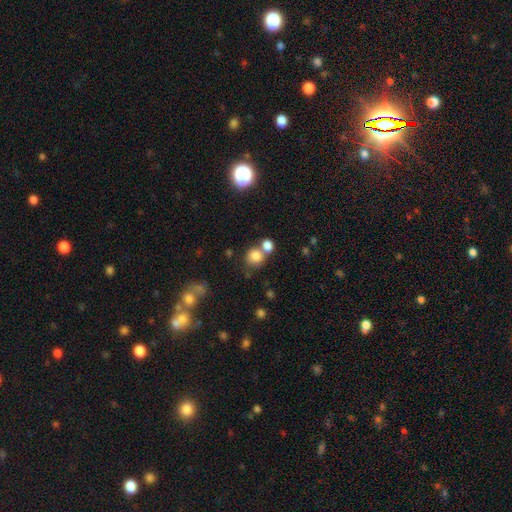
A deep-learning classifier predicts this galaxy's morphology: Smooth or featured?
  - smooth: 80% *
  - star or artifact: 12%
  - featured or disk: 8%
How rounded?
  - round: 76% *
  - in between: 23%
  - cigar-shaped: 1%
Merging?
  - none: 46% *
  - merger: 40%
  - minor disturbance: 9%
  - major disturbance: 5%